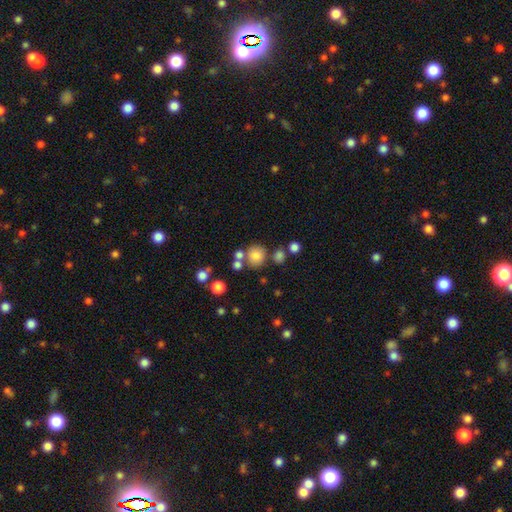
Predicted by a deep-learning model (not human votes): Overall: smooth (79%). How rounded: round (86%). Merging: none (66%).